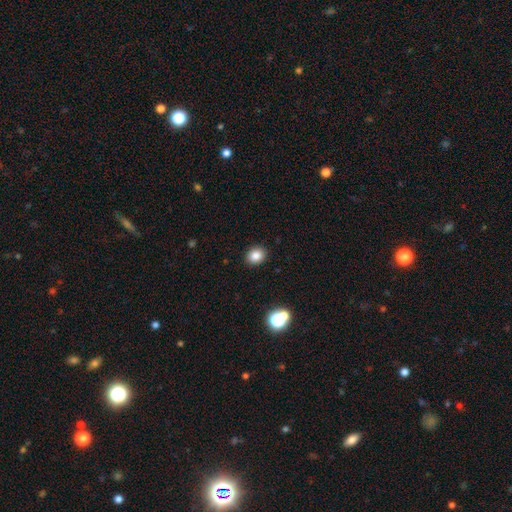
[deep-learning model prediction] smooth-or-featured: smooth: 83% | star or artifact: 11% | featured or disk: 5%
  how-rounded: round: 58% | in between: 41% | cigar-shaped: 1%
  merging: none: 90% | minor disturbance: 6% | major disturbance: 2% | merger: 1%